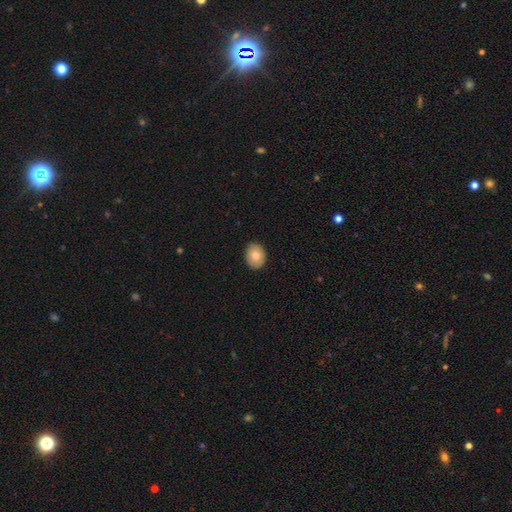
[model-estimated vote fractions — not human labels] smooth_or_featured: smooth (p=0.75) [alt: featured or disk p=0.17]
how_rounded: round (p=0.62) [alt: in between p=0.37]
merging: none (p=0.88) [alt: minor disturbance p=0.09]